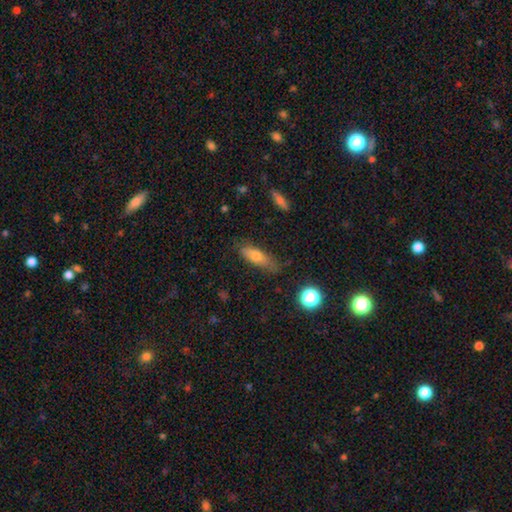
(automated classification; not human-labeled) Smooth or featured?
  - smooth: 67% *
  - featured or disk: 24%
  - star or artifact: 9%
How rounded?
  - in between: 50% *
  - cigar-shaped: 46%
  - round: 4%
Merging?
  - none: 69% *
  - minor disturbance: 23%
  - major disturbance: 6%
  - merger: 2%